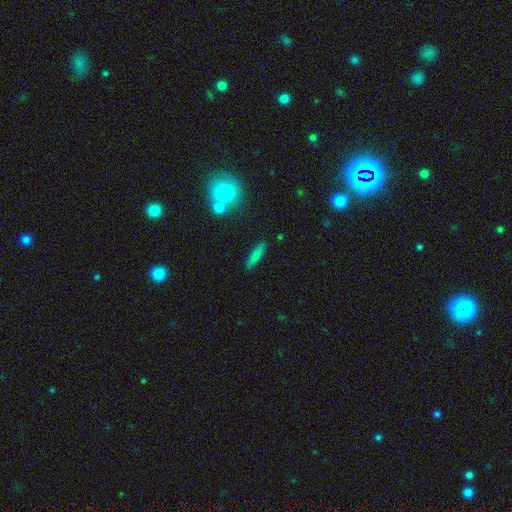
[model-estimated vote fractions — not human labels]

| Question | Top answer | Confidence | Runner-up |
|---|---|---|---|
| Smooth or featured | smooth | 78% | featured or disk (14%) |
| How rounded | cigar-shaped | 80% | in between (18%) |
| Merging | none | 84% | minor disturbance (9%) |